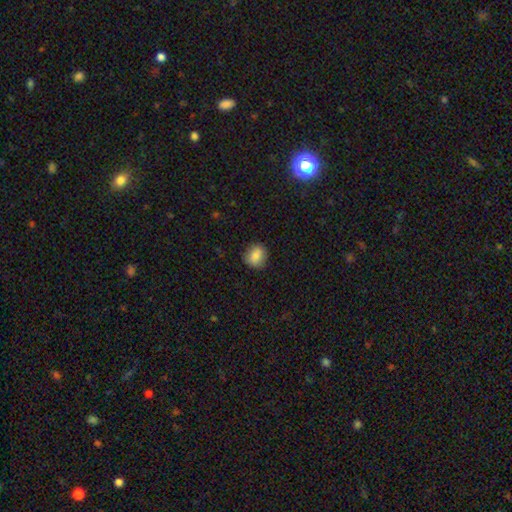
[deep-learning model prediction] smooth 85%, star or artifact 8%, featured or disk 6%. Down the decision tree: how rounded — round (73%); merging — none (85%).